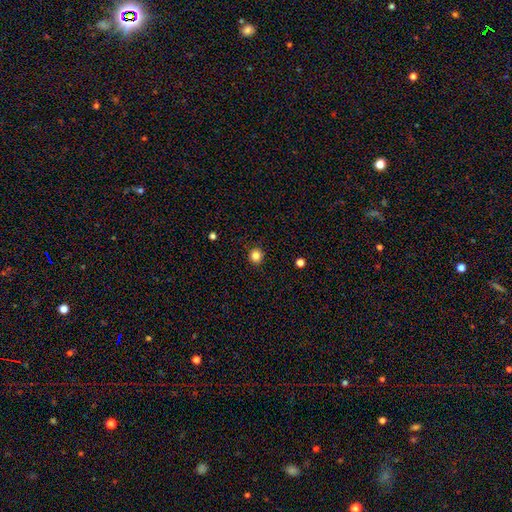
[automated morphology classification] A smooth galaxy with no disk features (84%) that is round (92%). Merging: none (90%).